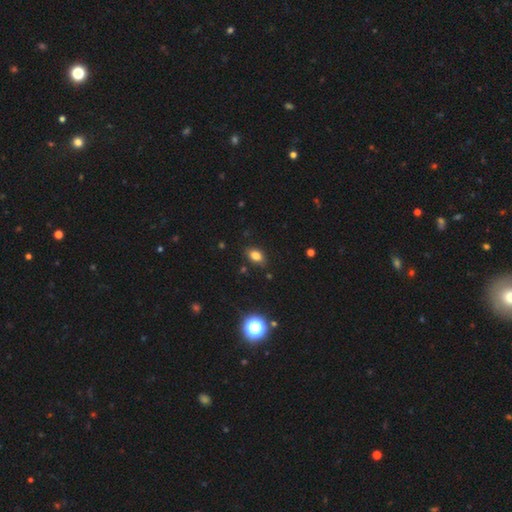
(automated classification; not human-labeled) Morphology: type=smooth (79%); roundness=in between (79%); merging=none (85%).